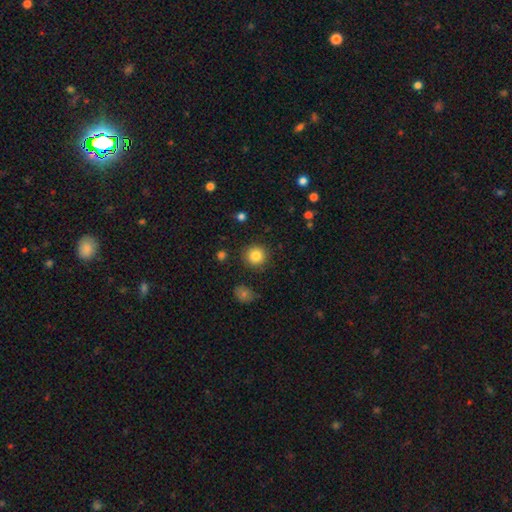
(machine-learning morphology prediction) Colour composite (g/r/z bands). It shows a smooth galaxy with no disk features (84%) that is round (93%). Merging: none (89%).